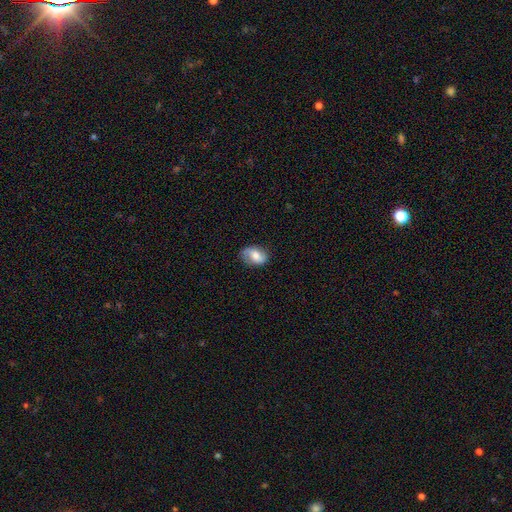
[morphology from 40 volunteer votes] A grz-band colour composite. It shows a featured or disk galaxy (48%) with no bar (58%), 2 (86%) tight (43%) spiral arms (74%) and a moderate central bulge (47%). Merging: none (68%).